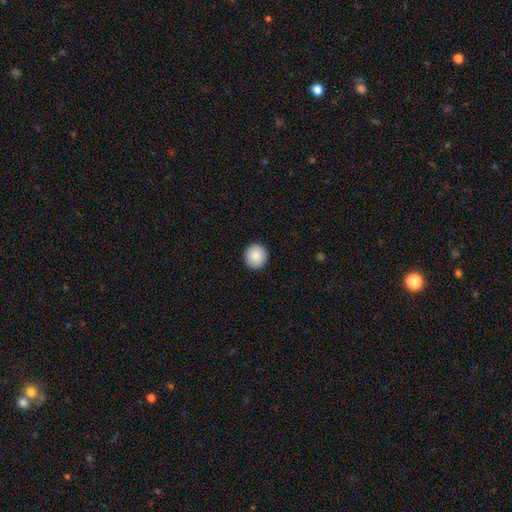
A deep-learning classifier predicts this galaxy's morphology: smooth_or_featured: smooth (p=0.88) [alt: star or artifact p=0.07]
how_rounded: round (p=0.93) [alt: in between p=0.06]
merging: none (p=0.93) [alt: minor disturbance p=0.05]